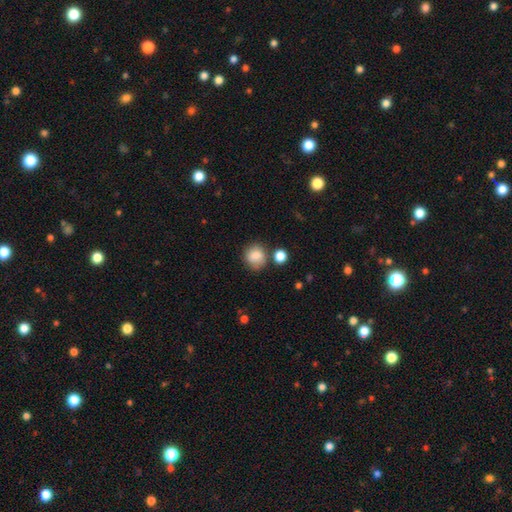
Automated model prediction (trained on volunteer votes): A smooth galaxy with no disk features (84%) that is round (80%).

Vote fractions:
- Smooth or featured? smooth: 84% / star or artifact: 9% / featured or disk: 7%
- How rounded? round: 80% / in between: 19% / cigar-shaped: 1%
- Merging? none: 67% / minor disturbance: 17% / merger: 11% / major disturbance: 5%